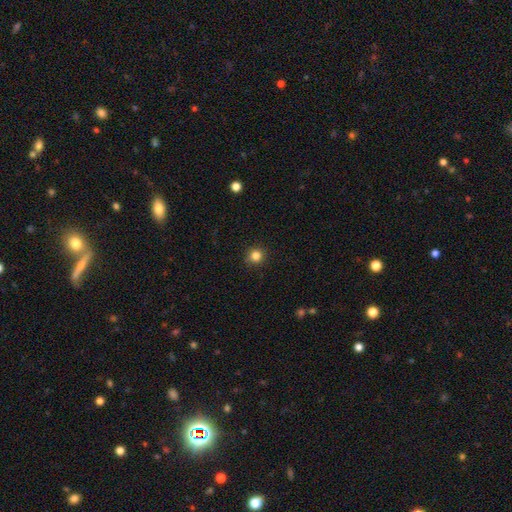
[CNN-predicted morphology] Smooth or featured? smooth (83%)
How rounded? round (93%)
Merging? none (90%)